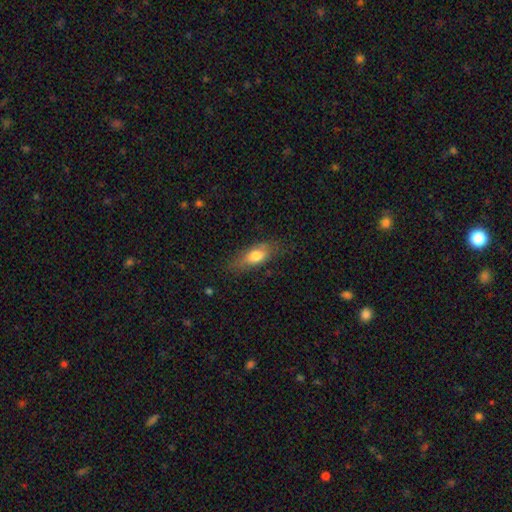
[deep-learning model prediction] A smooth galaxy with no disk features (72%) that is in between round and cigar-shaped (74%). Merging: none (69%).